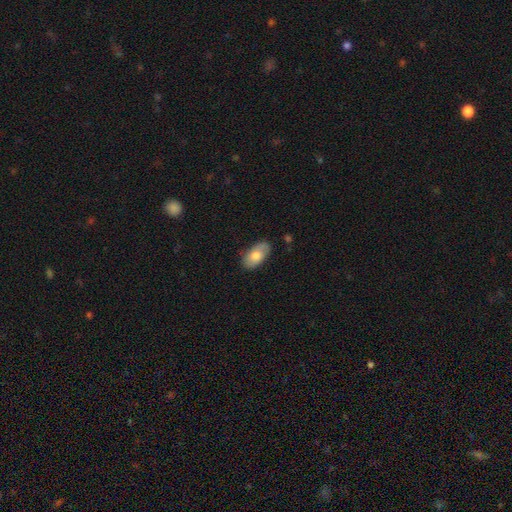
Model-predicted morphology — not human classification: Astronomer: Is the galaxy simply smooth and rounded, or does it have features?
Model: smooth — 68%.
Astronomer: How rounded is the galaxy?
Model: in between — 93%.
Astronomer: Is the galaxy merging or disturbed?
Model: none — 76%.